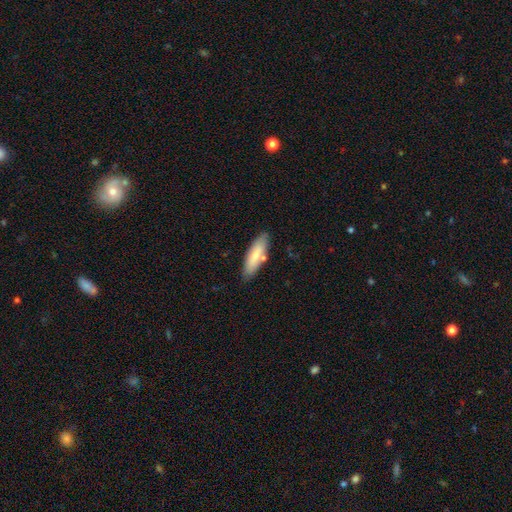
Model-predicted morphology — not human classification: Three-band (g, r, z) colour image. It shows a smooth galaxy with no disk features (73%) that is cigar-shaped (49%, tied with in between). Merging: none (77%).